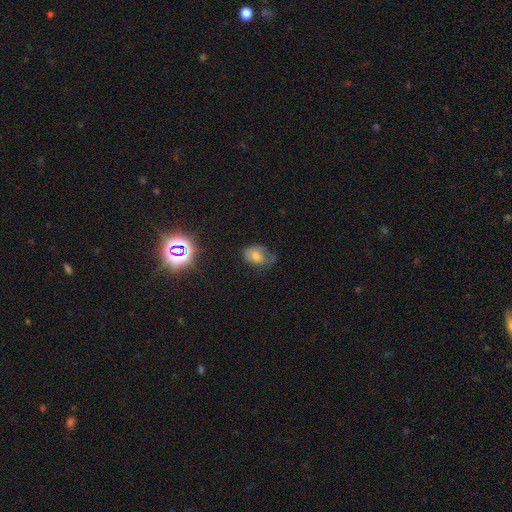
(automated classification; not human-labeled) smooth_or_featured: smooth (p=0.58) [alt: featured or disk p=0.25]
how_rounded: in between (p=0.72) [alt: round p=0.27]
merging: none (p=0.46) [alt: minor disturbance p=0.33]